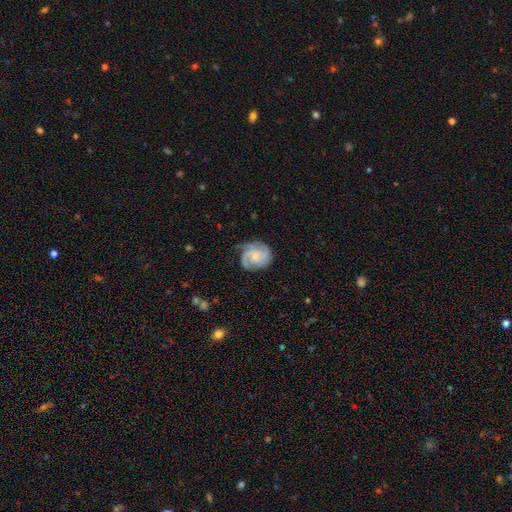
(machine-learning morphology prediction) type=featured or disk (79%); edge-on=no (98%); bar=no (70%); spiral arms=yes (96%); winding=tight (47%); arm count=3 (46%); bulge=small (54%); merging=none (67%).